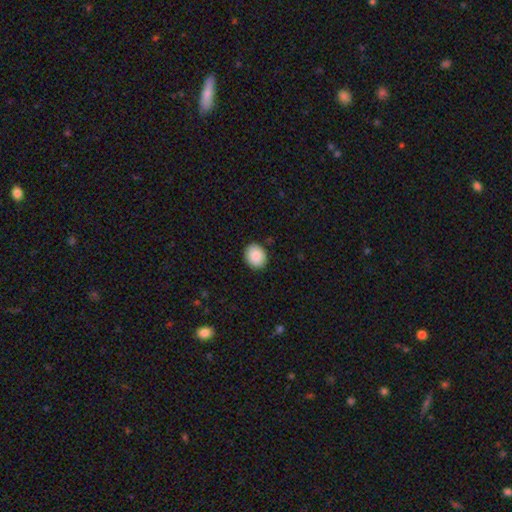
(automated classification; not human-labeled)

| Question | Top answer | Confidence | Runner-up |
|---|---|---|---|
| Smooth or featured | smooth | 88% | star or artifact (7%) |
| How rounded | round | 58% | in between (41%) |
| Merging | none | 89% | minor disturbance (8%) |